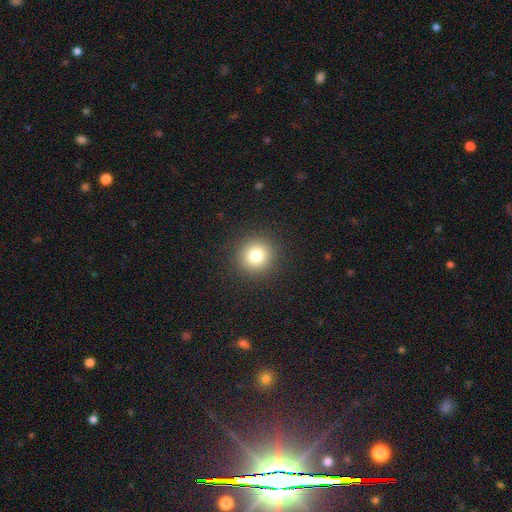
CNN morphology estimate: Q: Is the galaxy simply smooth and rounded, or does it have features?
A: smooth — 80%.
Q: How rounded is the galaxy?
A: round — 93%.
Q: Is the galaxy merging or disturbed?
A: none — 91%.